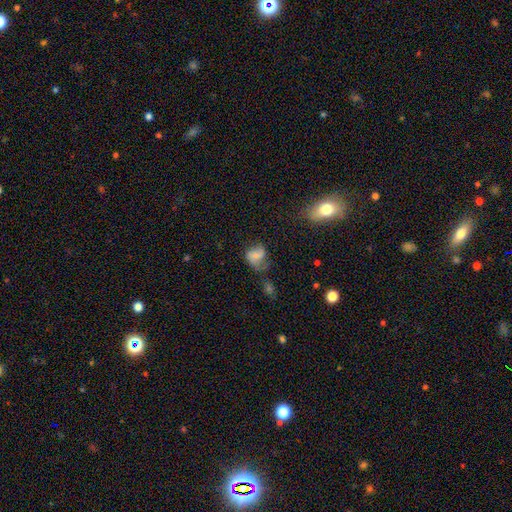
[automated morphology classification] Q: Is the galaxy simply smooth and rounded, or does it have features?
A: smooth — 52%.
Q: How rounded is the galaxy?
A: in between — 53%.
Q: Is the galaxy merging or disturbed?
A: none — 34%.